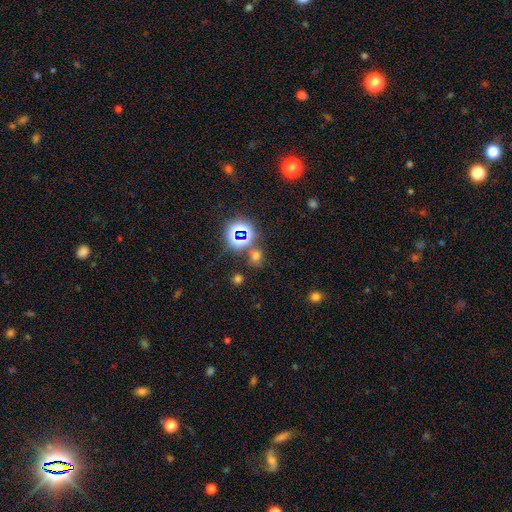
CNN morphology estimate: type=smooth (51%); roundness=round (75%); merging=none (72%).